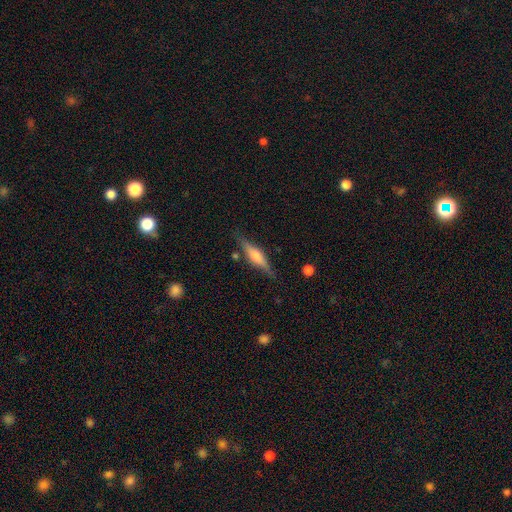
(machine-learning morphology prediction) smooth_or_featured: featured or disk (p=0.63) [alt: smooth p=0.31]
disk_edge_on: yes (p=0.96) [alt: no p=0.04]
edge_on_bulge: rounded (p=0.76) [alt: boxy p=0.18]
merging: none (p=0.83) [alt: minor disturbance p=0.12]